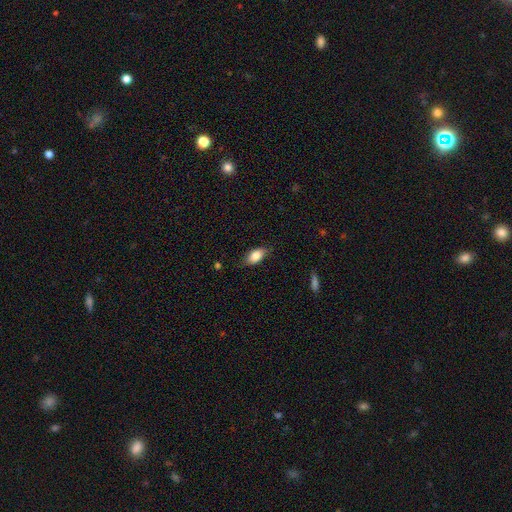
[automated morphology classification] Smooth or featured? Predicted: smooth (p=0.82). How rounded? Predicted: in between (p=0.89). Merging? Predicted: none (p=0.77).